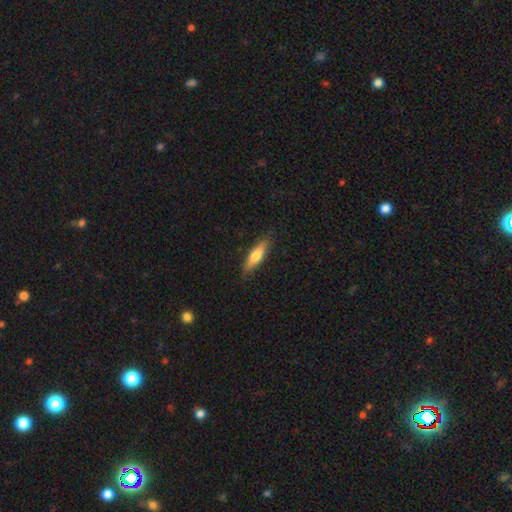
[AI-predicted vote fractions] This is likely a smooth galaxy (67%). How rounded: likely cigar-shaped (63%). Merging: clearly none (82%).